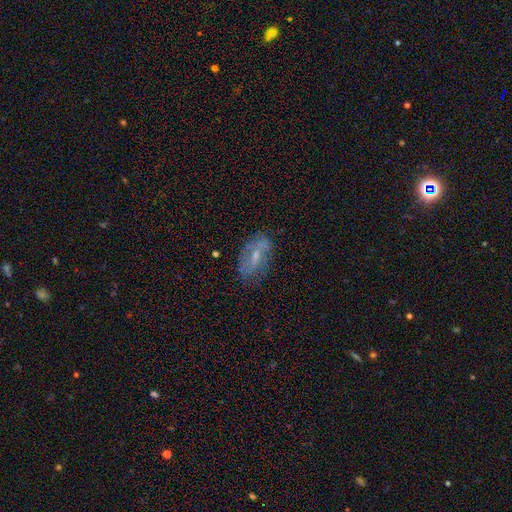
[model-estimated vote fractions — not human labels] featured or disk 53%, smooth 35%, star or artifact 12%. Down the decision tree: edge-on disk — no (89%); merging — none (69%).